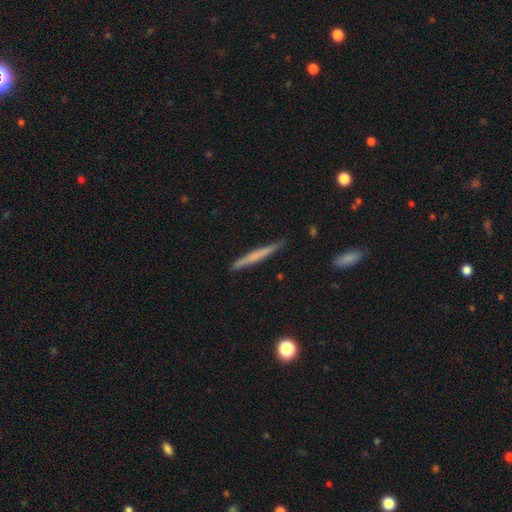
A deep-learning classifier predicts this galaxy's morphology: smooth-or-featured: smooth: 56% | featured or disk: 39% | star or artifact: 6%
  how-rounded: cigar-shaped: 96% | in between: 2% | round: 1%
  merging: none: 88% | minor disturbance: 9% | major disturbance: 2% | merger: 1%